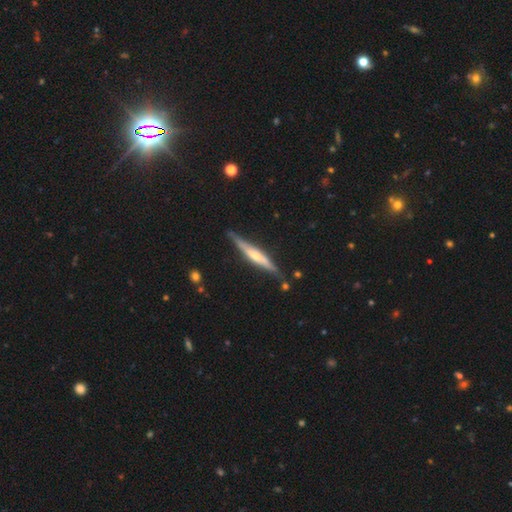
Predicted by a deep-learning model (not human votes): featured or disk 65%, smooth 29%, star or artifact 5%. Down the decision tree: edge-on disk — yes (95%); edge-on bulge — rounded (57%); merging — none (80%).